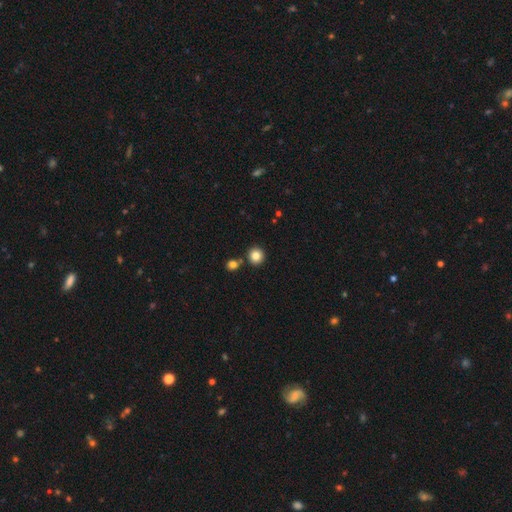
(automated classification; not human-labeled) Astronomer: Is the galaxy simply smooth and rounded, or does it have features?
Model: smooth — 84%.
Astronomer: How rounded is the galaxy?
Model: round — 91%.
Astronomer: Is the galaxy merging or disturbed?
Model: none — 82%.